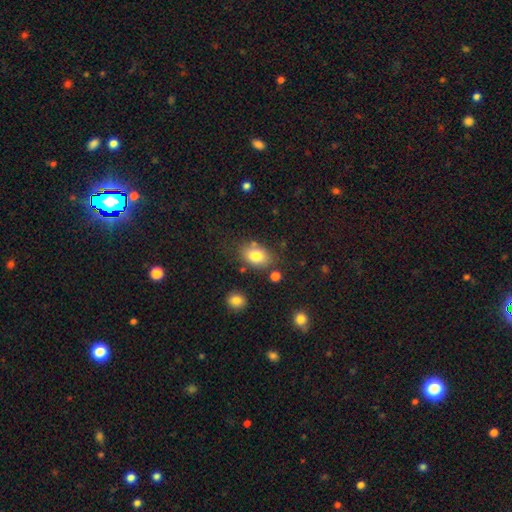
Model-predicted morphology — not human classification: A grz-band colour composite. It shows a smooth galaxy with no disk features (81%) that is in between round and cigar-shaped (76%). Merging: none (74%).